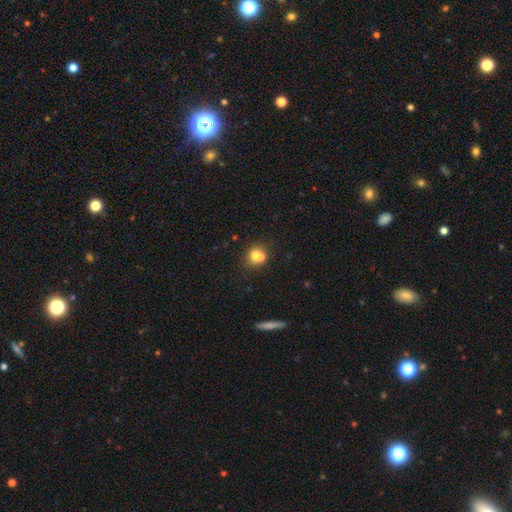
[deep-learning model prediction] smooth_or_featured: smooth (p=0.69) [alt: featured or disk p=0.18]
how_rounded: round (p=0.77) [alt: in between p=0.21]
merging: merger (p=0.47) [alt: none p=0.42]